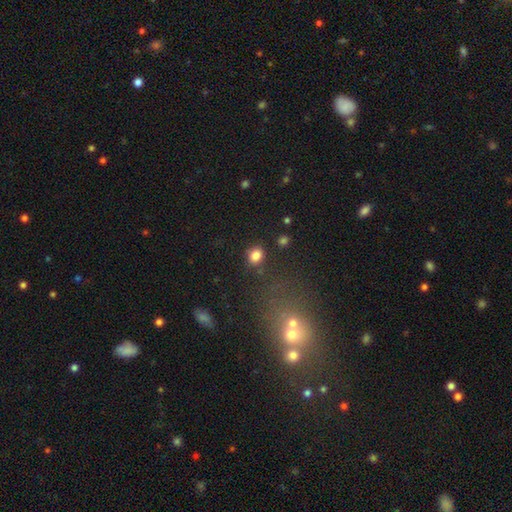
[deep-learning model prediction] This appears to be a smooth galaxy with no disk features (83%) that is round (63%). Merging: none (81%).